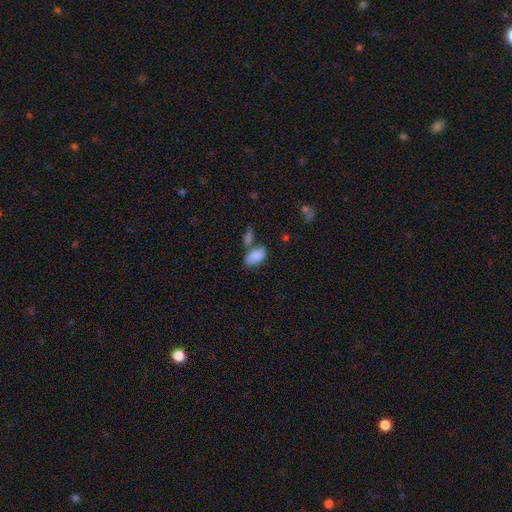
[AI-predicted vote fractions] Smooth or featured? Predicted: smooth (p=0.86). How rounded? Predicted: in between (p=0.94). Merging? Predicted: none (p=0.56).